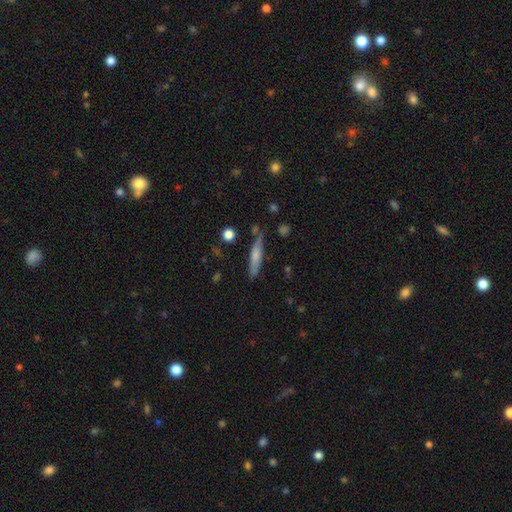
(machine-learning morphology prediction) smooth-or-featured: smooth: 60% | featured or disk: 33% | star or artifact: 7%
  how-rounded: cigar-shaped: 86% | in between: 12% | round: 2%
  merging: none: 75% | minor disturbance: 17% | merger: 4% | major disturbance: 4%